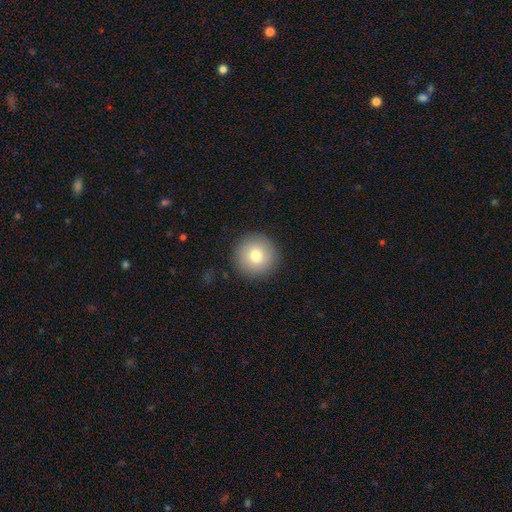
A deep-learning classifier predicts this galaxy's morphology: This is likely a smooth galaxy (78%). How rounded: clearly round (96%). Merging: clearly none (91%).